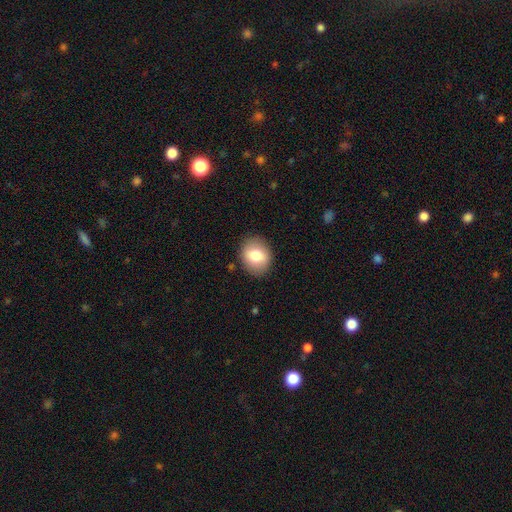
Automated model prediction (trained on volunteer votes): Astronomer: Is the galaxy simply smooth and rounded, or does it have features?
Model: smooth — 76%.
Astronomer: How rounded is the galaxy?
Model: round — 55% (runner-up: in between, 44%).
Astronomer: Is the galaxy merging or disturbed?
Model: none — 87%.